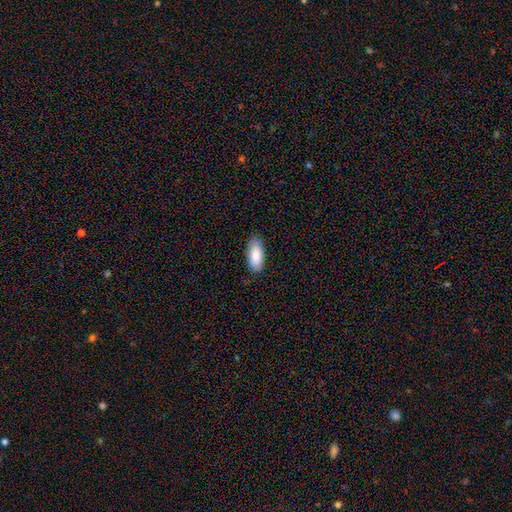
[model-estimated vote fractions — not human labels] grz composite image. It shows a smooth galaxy with no disk features (84%) that is in between round and cigar-shaped (87%). Merging: none (80%).